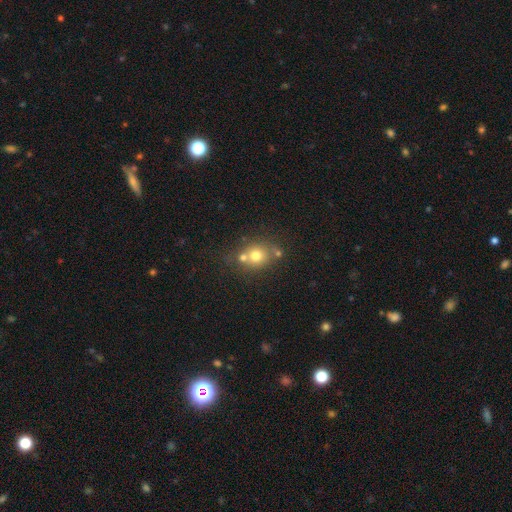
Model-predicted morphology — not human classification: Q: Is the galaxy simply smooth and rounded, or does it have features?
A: smooth — 69%.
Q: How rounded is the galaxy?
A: round — 74%.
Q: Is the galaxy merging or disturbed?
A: none — 52%.